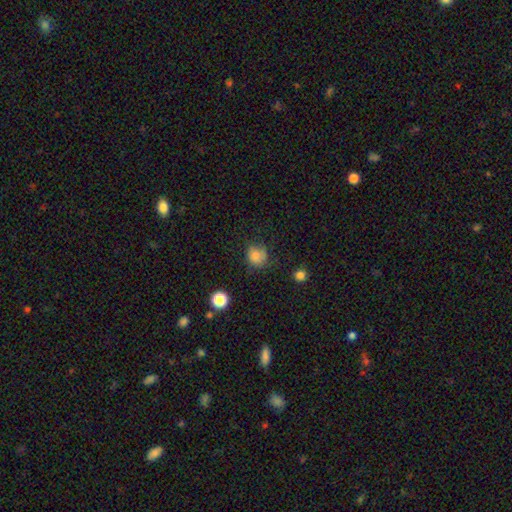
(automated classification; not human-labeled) A smooth galaxy with no disk features (72%) that is round (71%). Merging: none (57%).